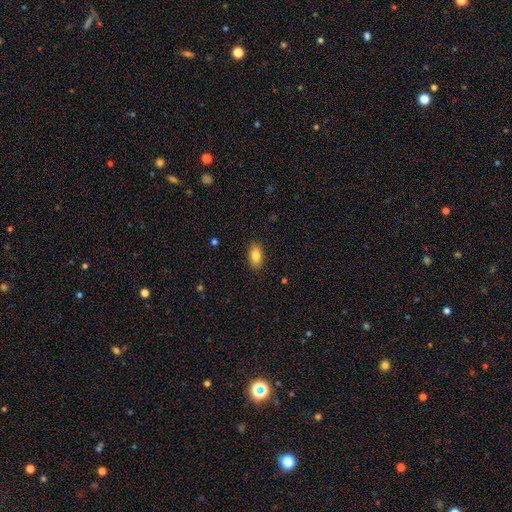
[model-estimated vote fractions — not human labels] Overall: smooth (83%). How rounded: in between (91%). Merging: none (88%).